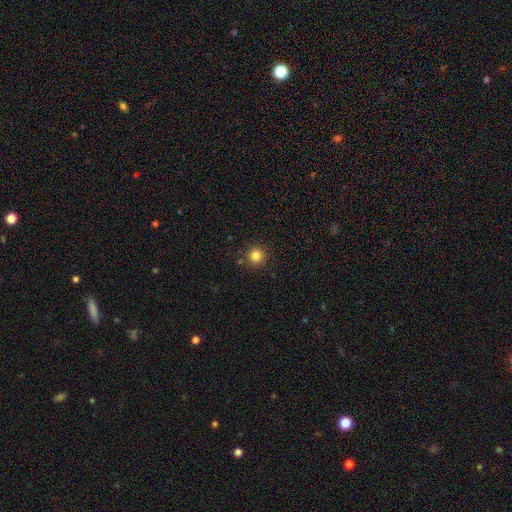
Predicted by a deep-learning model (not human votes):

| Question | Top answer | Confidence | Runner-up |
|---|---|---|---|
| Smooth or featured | smooth | 82% | star or artifact (13%) |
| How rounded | round | 95% | in between (4%) |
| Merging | none | 88% | minor disturbance (7%) |